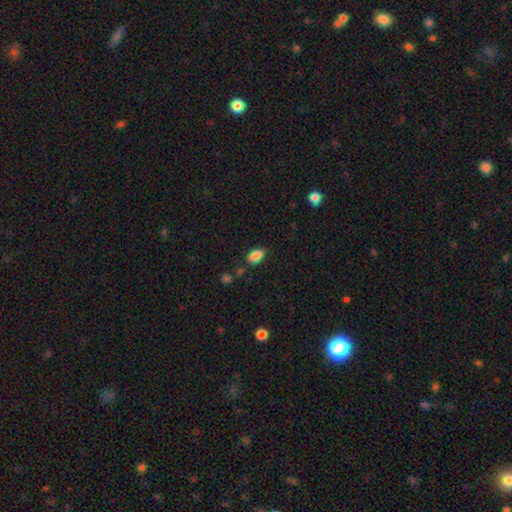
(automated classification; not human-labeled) smooth 86%, star or artifact 9%, featured or disk 5%. Down the decision tree: how rounded — in between (91%); merging — none (78%).